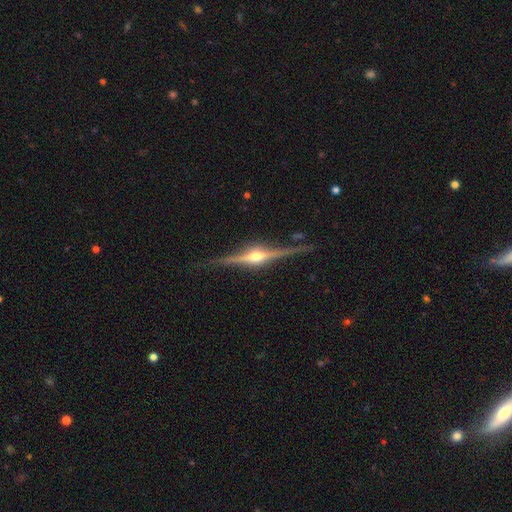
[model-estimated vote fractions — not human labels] Smooth or featured?
  - featured or disk: 89% *
  - smooth: 6%
  - star or artifact: 5%
Edge-on disk?
  - yes: 98% *
  - no: 2%
Edge-on bulge?
  - rounded: 94% *
  - boxy: 4%
  - none: 2%
Merging?
  - none: 87% *
  - minor disturbance: 9%
  - major disturbance: 2%
  - merger: 1%